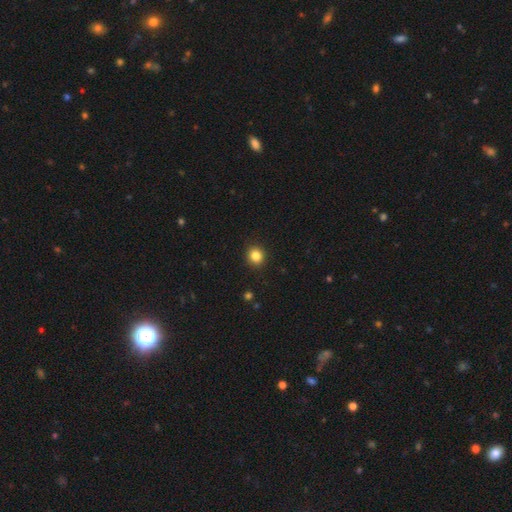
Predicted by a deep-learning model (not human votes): The model was most divided on "smooth or featured": smooth: 84%, star or artifact: 11%, featured or disk: 5%. More confident: merging — none (92%); how rounded — round (88%).